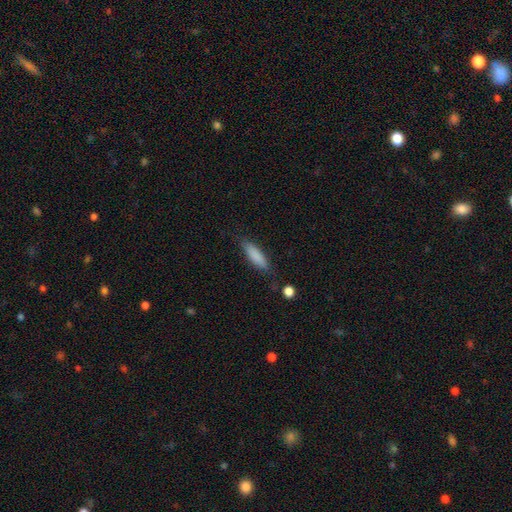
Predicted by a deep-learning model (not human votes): This appears to be a smooth galaxy with no disk features (84%) that is cigar-shaped (60%). Merging: none (77%).